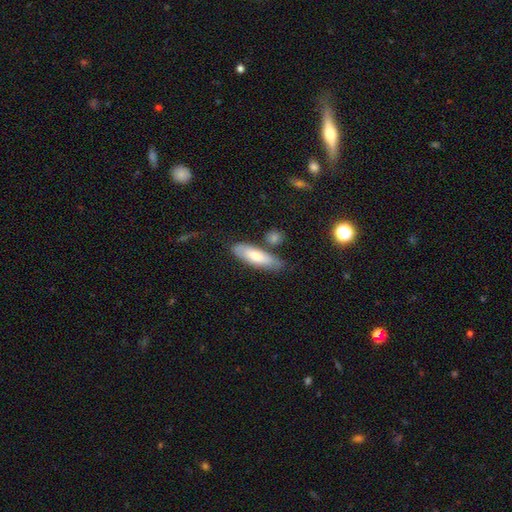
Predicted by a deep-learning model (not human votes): Smooth or featured?
  - smooth: 62% *
  - featured or disk: 31%
  - star or artifact: 7%
How rounded?
  - cigar-shaped: 53% *
  - in between: 44%
  - round: 2%
Merging?
  - none: 71% *
  - minor disturbance: 17%
  - merger: 8%
  - major disturbance: 4%